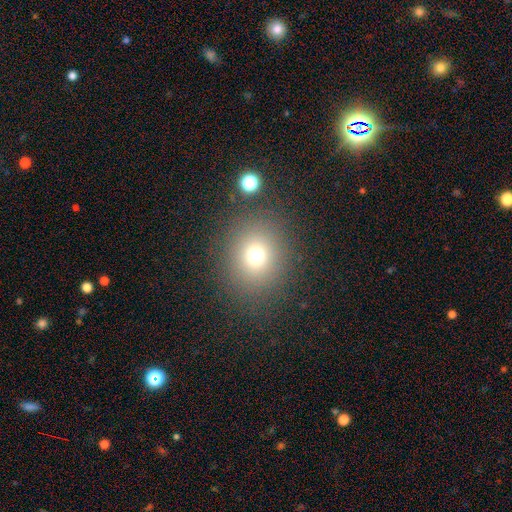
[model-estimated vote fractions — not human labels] smooth 72%, star or artifact 17%, featured or disk 10%. Down the decision tree: how rounded — round (76%); merging — none (85%).